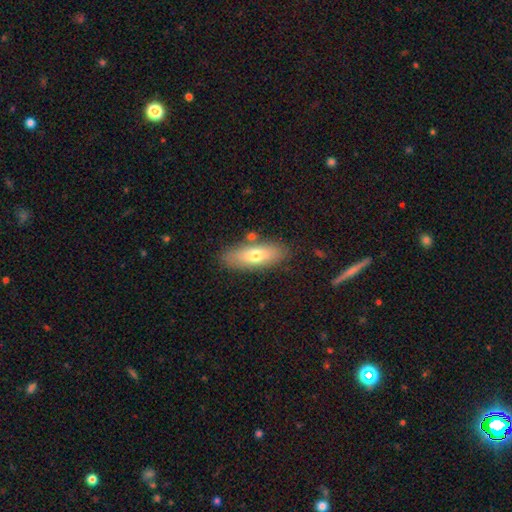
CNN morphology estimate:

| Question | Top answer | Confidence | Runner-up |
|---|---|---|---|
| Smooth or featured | smooth | 66% | featured or disk (27%) |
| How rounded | in between | 66% | cigar-shaped (31%) |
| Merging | none | 80% | minor disturbance (12%) |